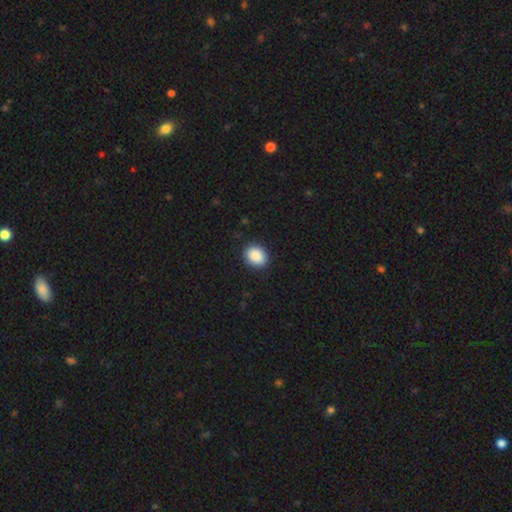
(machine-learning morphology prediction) Smooth or featured?
  - smooth: 90% *
  - star or artifact: 7%
  - featured or disk: 3%
How rounded?
  - in between: 63% *
  - round: 36%
  - cigar-shaped: 1%
Merging?
  - none: 89% *
  - minor disturbance: 8%
  - major disturbance: 2%
  - merger: 1%